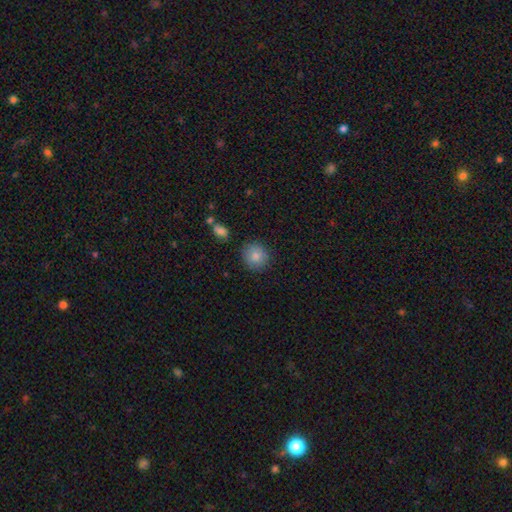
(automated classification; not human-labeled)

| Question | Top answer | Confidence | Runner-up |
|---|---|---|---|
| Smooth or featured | smooth | 84% | star or artifact (9%) |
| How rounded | round | 89% | in between (10%) |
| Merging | none | 87% | minor disturbance (8%) |